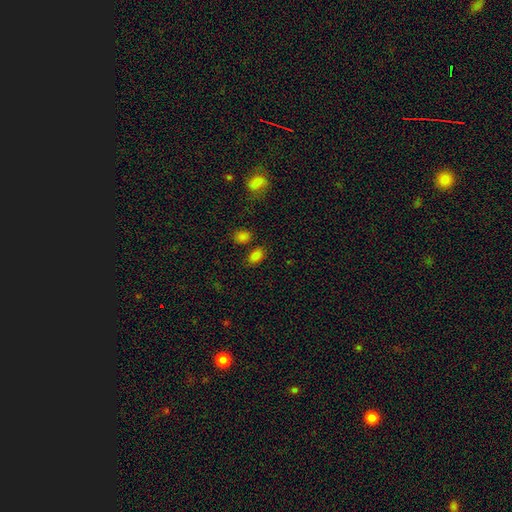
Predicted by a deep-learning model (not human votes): The model was most divided on "merging": none: 74%, minor disturbance: 14%, merger: 9%, major disturbance: 4%. More confident: how rounded — in between (86%); smooth or featured — smooth (82%).